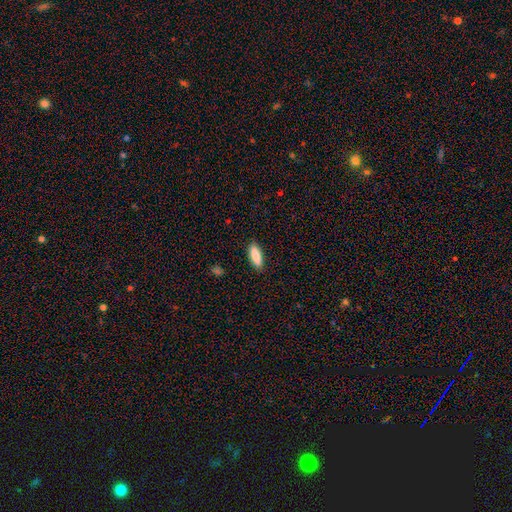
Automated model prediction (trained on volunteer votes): This is clearly a smooth galaxy (87%). How rounded: possibly in between (57%). Merging: clearly none (88%).